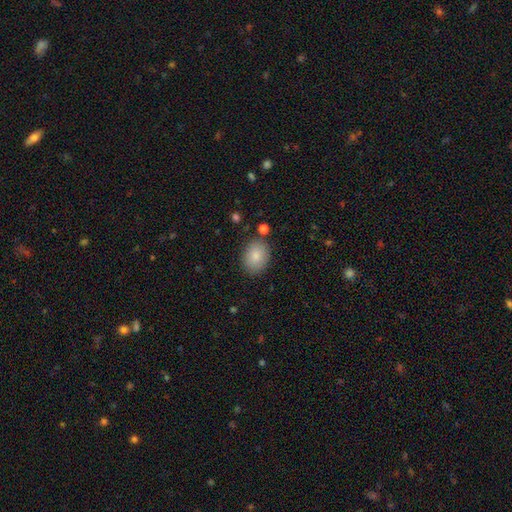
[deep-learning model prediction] smooth-or-featured: smooth: 85% | featured or disk: 8% | star or artifact: 7%
  how-rounded: in between: 65% | round: 34% | cigar-shaped: 1%
  merging: none: 83% | minor disturbance: 11% | major disturbance: 3% | merger: 3%